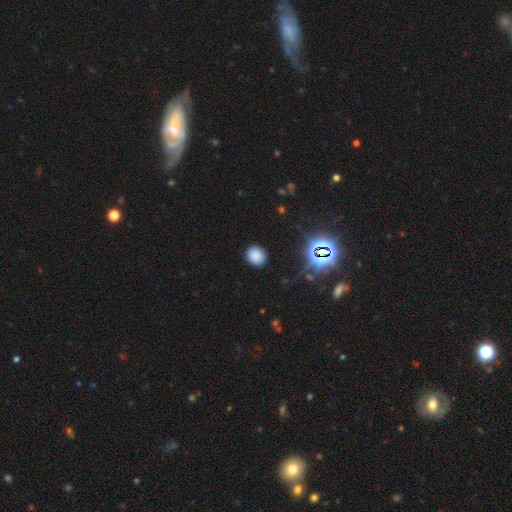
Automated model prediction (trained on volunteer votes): Morphology: type=smooth (79%); roundness=round (75%); merging=none (89%).